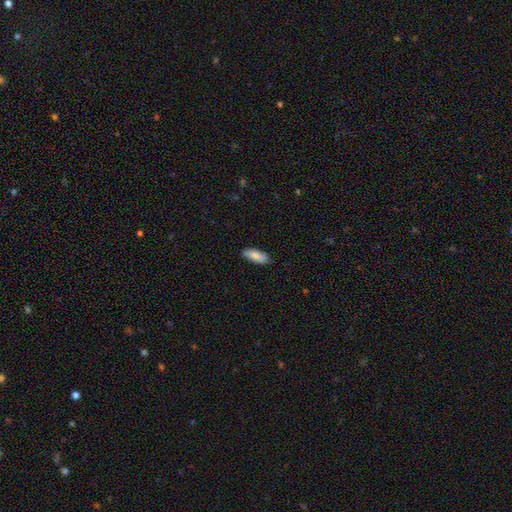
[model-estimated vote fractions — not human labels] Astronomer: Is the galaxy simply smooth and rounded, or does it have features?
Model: smooth — 85%.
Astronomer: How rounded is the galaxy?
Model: in between — 75%.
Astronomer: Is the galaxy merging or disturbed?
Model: none — 84%.